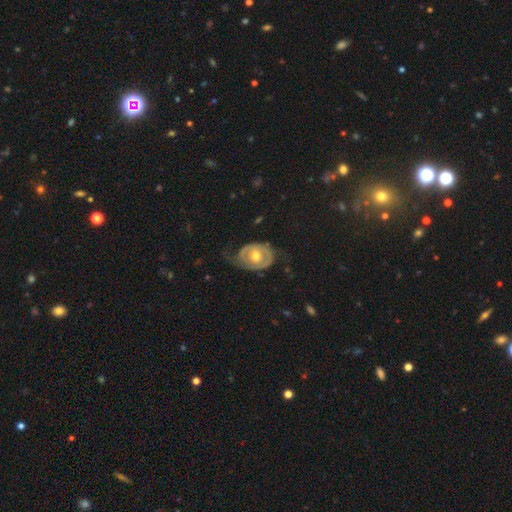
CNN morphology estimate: featured or disk 65%, smooth 30%, star or artifact 5%. Down the decision tree: edge-on disk — no (95%); bar — no (73%); spiral arms — yes (61%); bulge size — moderate (74%); merging — none (42%).